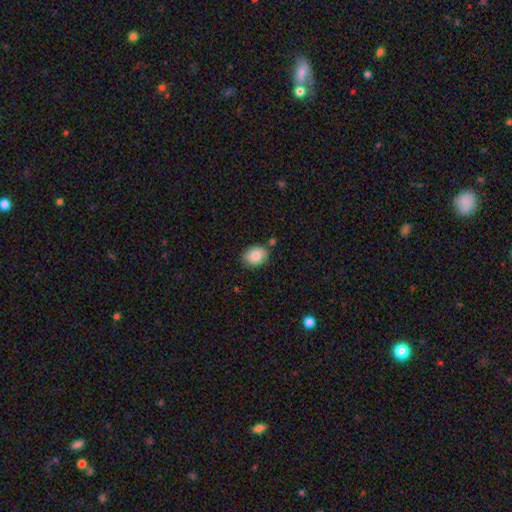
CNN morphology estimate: Smooth or featured? Predicted: smooth (p=0.84). How rounded? Predicted: in between (p=0.70). Merging? Predicted: none (p=0.78).